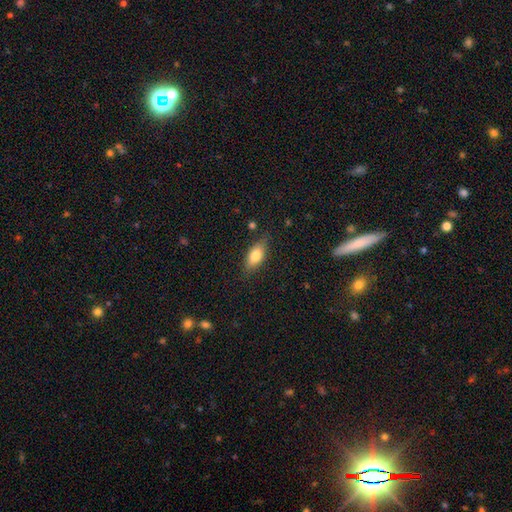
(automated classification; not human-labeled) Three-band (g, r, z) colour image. It shows a smooth galaxy with no disk features (75%) that is in between round and cigar-shaped (81%). Merging: none (80%).